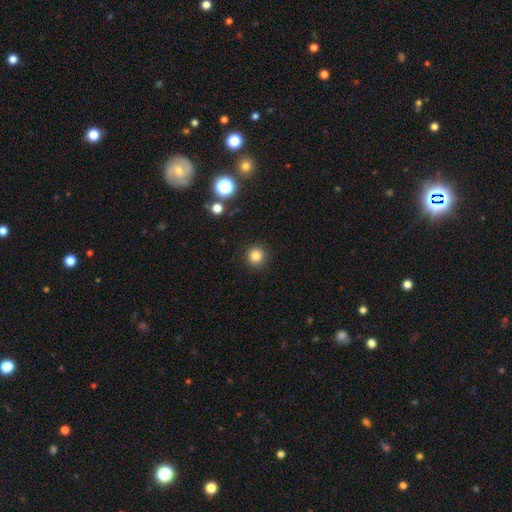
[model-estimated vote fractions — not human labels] smooth-or-featured: smooth: 83% | star or artifact: 13% | featured or disk: 4%
  how-rounded: round: 95% | in between: 5% | cigar-shaped: 1%
  merging: none: 91% | minor disturbance: 5% | major disturbance: 2% | merger: 1%